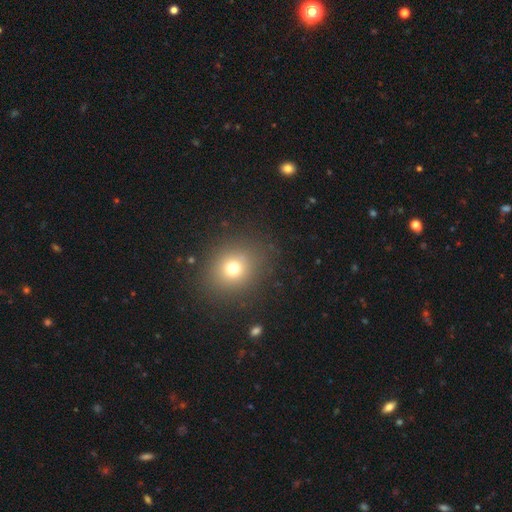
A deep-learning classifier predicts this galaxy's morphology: smooth_or_featured: smooth (p=0.67) [alt: star or artifact p=0.24]
how_rounded: round (p=0.75) [alt: in between p=0.24]
merging: none (p=0.89) [alt: minor disturbance p=0.07]